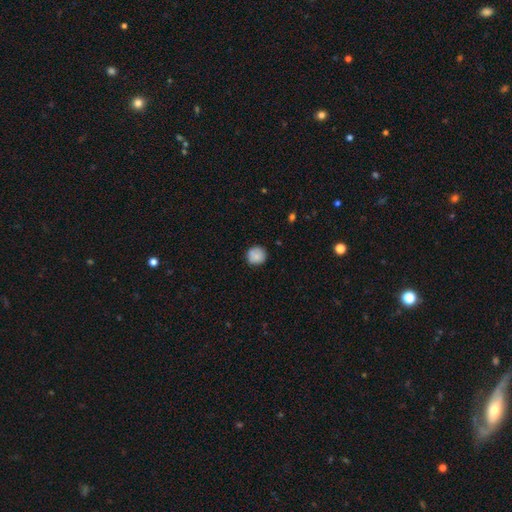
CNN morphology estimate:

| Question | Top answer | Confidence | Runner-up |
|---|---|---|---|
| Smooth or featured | smooth | 83% | featured or disk (9%) |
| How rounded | round | 92% | in between (7%) |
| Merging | none | 82% | minor disturbance (13%) |